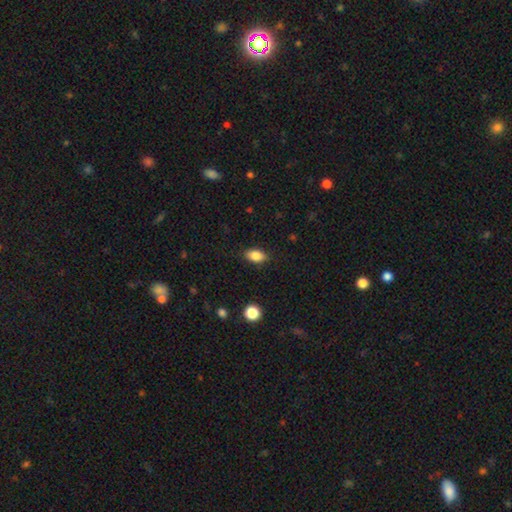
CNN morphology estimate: This appears to be a smooth galaxy with no disk features (84%) that is in between round and cigar-shaped (88%). Merging: none (87%).